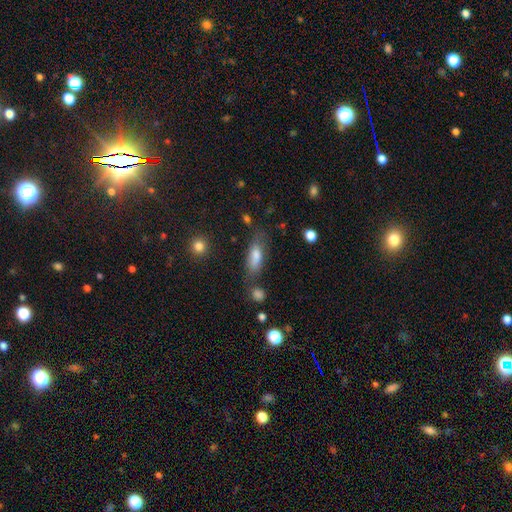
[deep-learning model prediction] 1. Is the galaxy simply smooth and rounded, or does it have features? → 72% smooth, 19% featured or disk, 9% star or artifact.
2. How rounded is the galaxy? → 61% in between, 36% cigar-shaped, 3% round.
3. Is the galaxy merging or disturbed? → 63% none, 21% minor disturbance, 8% major disturbance, 8% merger.